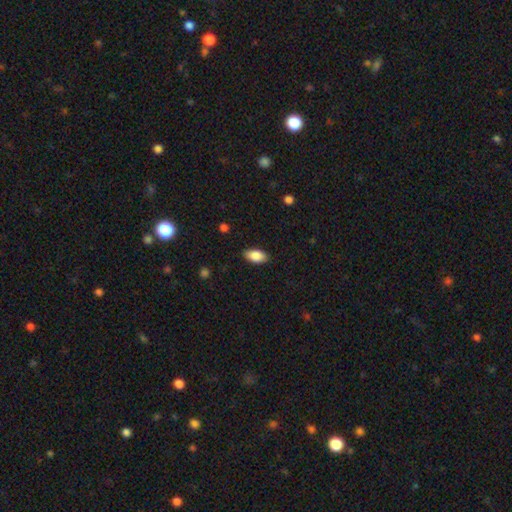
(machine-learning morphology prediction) Smooth or featured?
  - smooth: 87% *
  - star or artifact: 7%
  - featured or disk: 6%
How rounded?
  - in between: 93% *
  - cigar-shaped: 3%
  - round: 3%
Merging?
  - none: 87% *
  - minor disturbance: 10%
  - major disturbance: 2%
  - merger: 1%